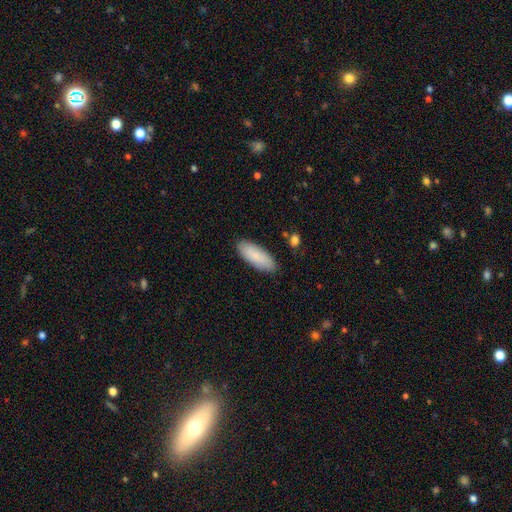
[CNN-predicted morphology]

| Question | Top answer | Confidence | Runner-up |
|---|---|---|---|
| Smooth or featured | smooth | 88% | featured or disk (6%) |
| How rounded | in between | 73% | cigar-shaped (25%) |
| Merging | none | 87% | minor disturbance (10%) |